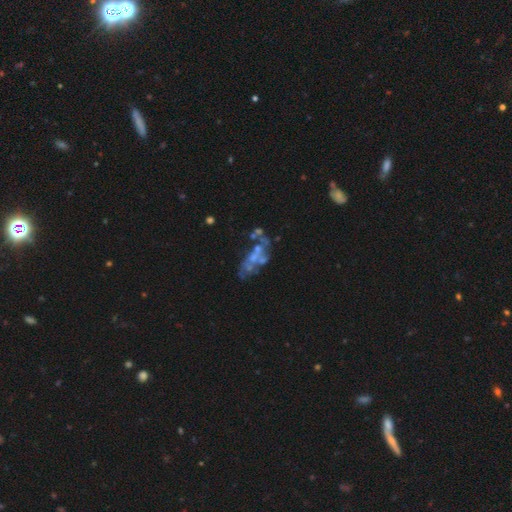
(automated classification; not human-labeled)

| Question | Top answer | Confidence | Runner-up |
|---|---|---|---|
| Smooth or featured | featured or disk | 65% | smooth (19%) |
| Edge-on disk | no | 95% | yes (5%) |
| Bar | no | 87% | weak (9%) |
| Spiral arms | no | 87% | yes (13%) |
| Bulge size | none | 58% | small (25%) |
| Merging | none | 38% | major disturbance (24%) |